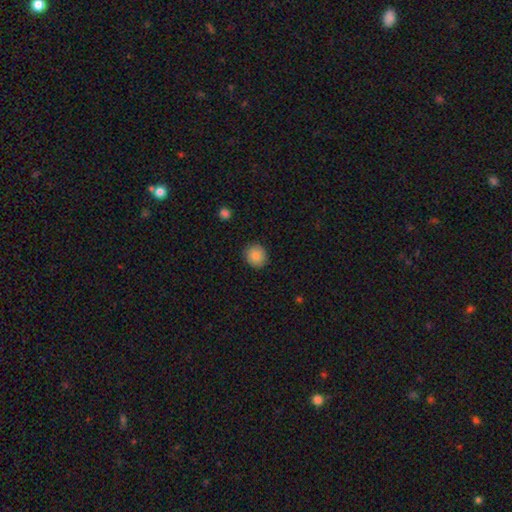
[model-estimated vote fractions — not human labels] A smooth galaxy with no disk features (86%) that is round (85%).

Vote fractions:
- Smooth or featured? smooth: 86% / star or artifact: 8% / featured or disk: 6%
- How rounded? round: 85% / in between: 14% / cigar-shaped: 1%
- Merging? none: 89% / minor disturbance: 8% / major disturbance: 2% / merger: 1%